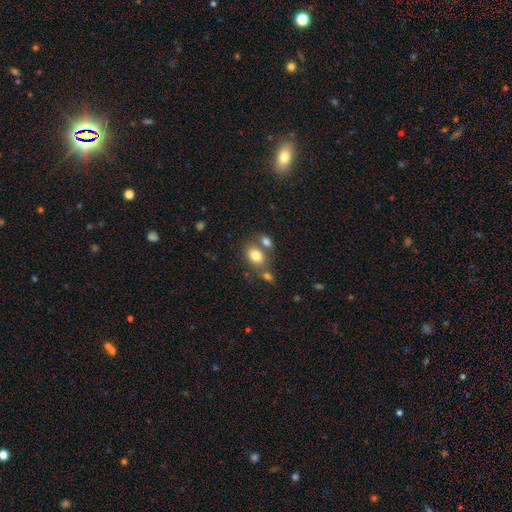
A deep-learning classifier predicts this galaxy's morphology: type=smooth (80%); roundness=in between (74%); merging=none (53%).